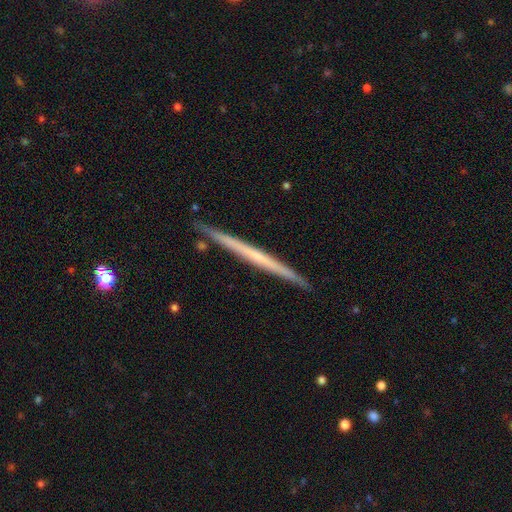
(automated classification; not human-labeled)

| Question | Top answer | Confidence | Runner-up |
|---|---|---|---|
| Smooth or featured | featured or disk | 61% | smooth (34%) |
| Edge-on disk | yes | 98% | no (2%) |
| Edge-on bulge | none | 86% | rounded (10%) |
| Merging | none | 91% | minor disturbance (7%) |